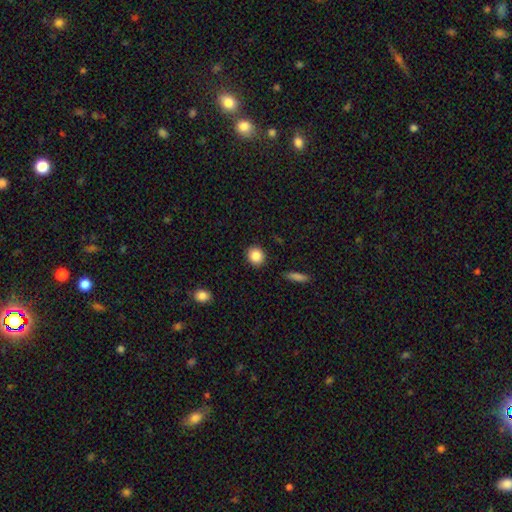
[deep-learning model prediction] The model was most divided on "how rounded": round: 83%, in between: 16%, cigar-shaped: 1%. More confident: merging — none (90%); smooth or featured — smooth (85%).